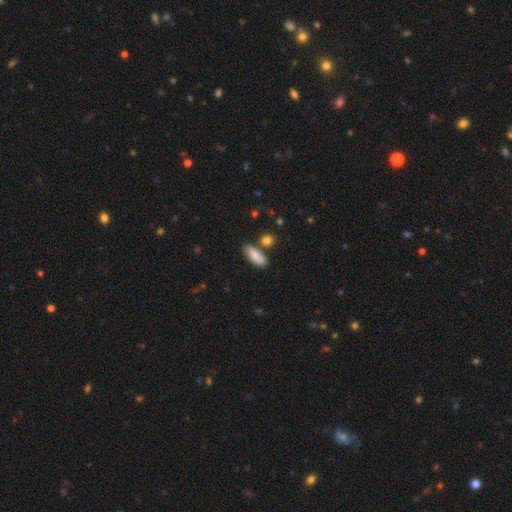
Smooth or featured: smooth — 87% (featured or disk — 8%)
How rounded: in between — 56% (cigar-shaped — 41%)
Merging: none — 92% (minor disturbance — 3%)